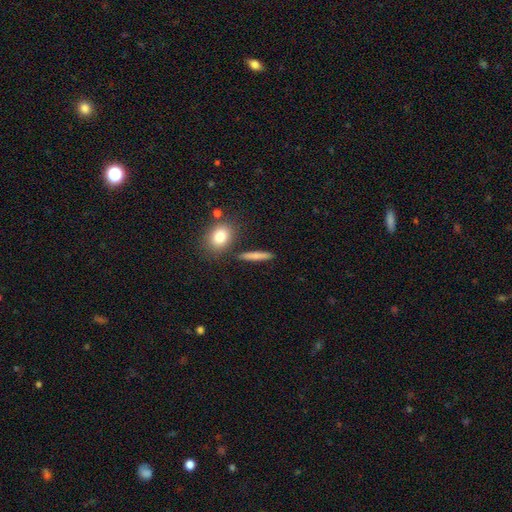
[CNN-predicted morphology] Overall: smooth (76%). How rounded: cigar-shaped (82%). Merging: none (86%).